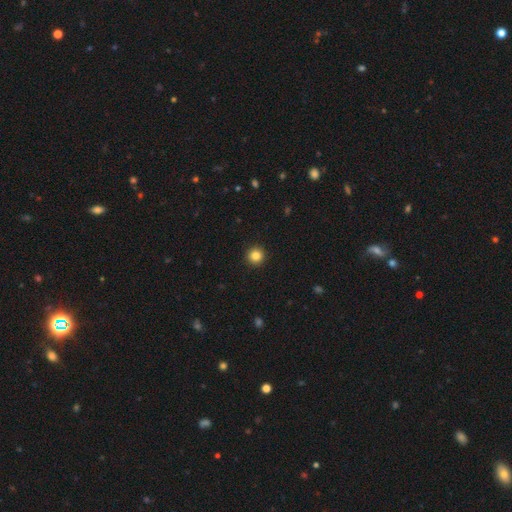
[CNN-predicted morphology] The model was most divided on "smooth or featured": smooth: 85%, star or artifact: 11%, featured or disk: 5%. More confident: how rounded — round (96%); merging — none (94%).